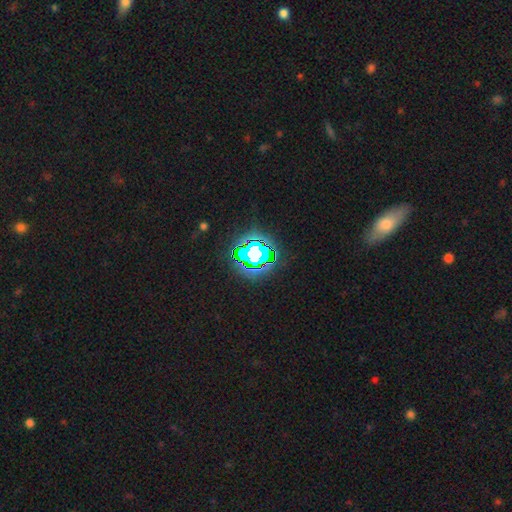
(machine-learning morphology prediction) type=star or artifact (75%).